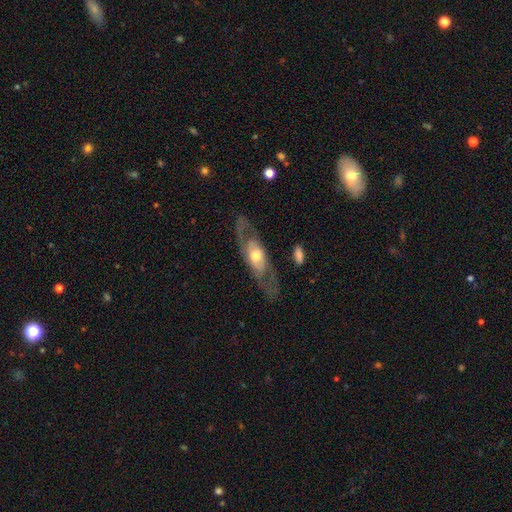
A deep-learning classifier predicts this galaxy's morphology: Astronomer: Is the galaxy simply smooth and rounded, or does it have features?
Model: featured or disk — 70%.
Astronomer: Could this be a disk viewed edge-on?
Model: no — 77%.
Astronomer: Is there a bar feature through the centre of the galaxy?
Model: no — 76%.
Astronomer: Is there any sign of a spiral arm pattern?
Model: yes — 51% (runner-up: no, 49%).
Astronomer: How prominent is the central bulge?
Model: moderate — 63%.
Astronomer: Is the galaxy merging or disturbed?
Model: none — 73%.